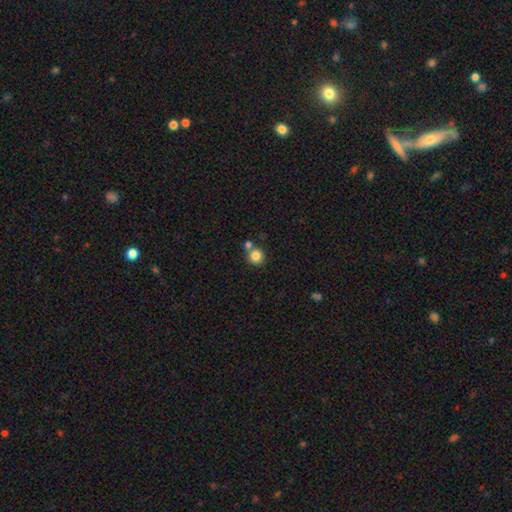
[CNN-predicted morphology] Smooth or featured? smooth (83%)
How rounded? round (91%)
Merging? none (64%)